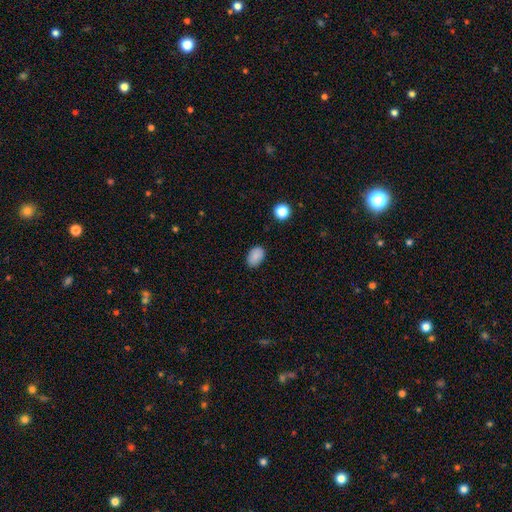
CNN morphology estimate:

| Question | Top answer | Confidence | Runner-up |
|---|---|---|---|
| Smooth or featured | smooth | 87% | star or artifact (9%) |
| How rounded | in between | 87% | round (12%) |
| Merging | none | 85% | minor disturbance (12%) |